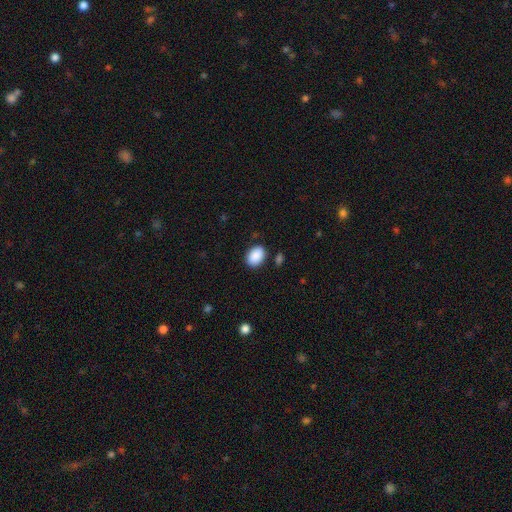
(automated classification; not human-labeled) This appears to be a smooth galaxy with no disk features (90%) that is in between round and cigar-shaped (82%). Merging: none (85%).